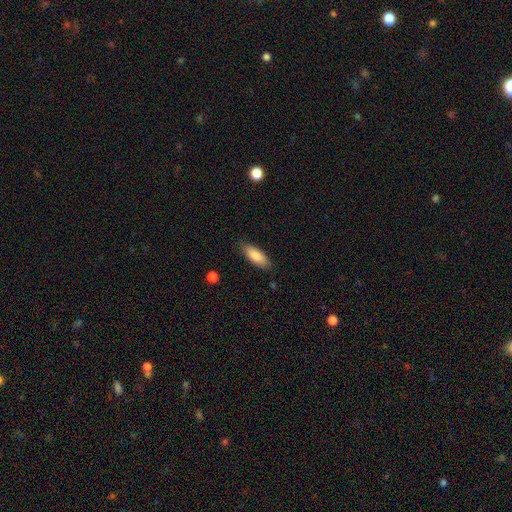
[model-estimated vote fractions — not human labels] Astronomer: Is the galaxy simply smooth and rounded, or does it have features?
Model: smooth — 84%.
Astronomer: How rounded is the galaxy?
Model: in between — 70%.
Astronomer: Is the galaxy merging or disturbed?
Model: none — 84%.